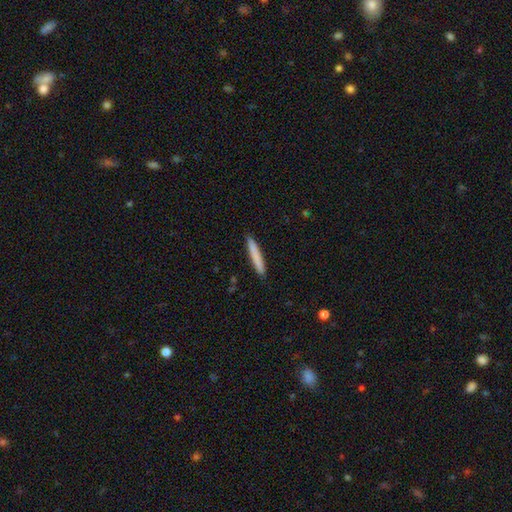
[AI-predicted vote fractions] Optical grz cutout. It shows a smooth galaxy with no disk features (79%) that is cigar-shaped (96%). Merging: none (92%).